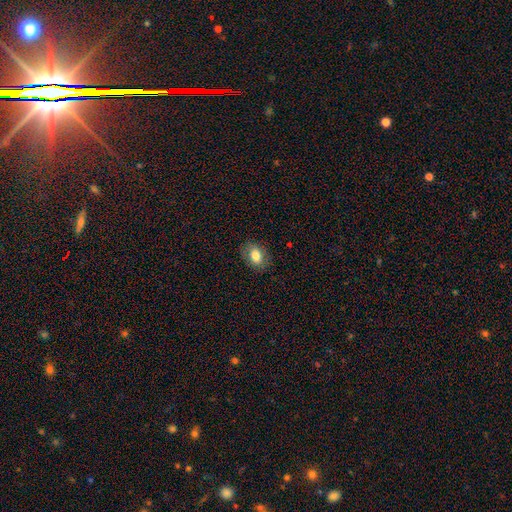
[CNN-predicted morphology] Smooth or featured? Predicted: smooth (p=0.79). How rounded? Predicted: in between (p=0.77). Merging? Predicted: none (p=0.83).